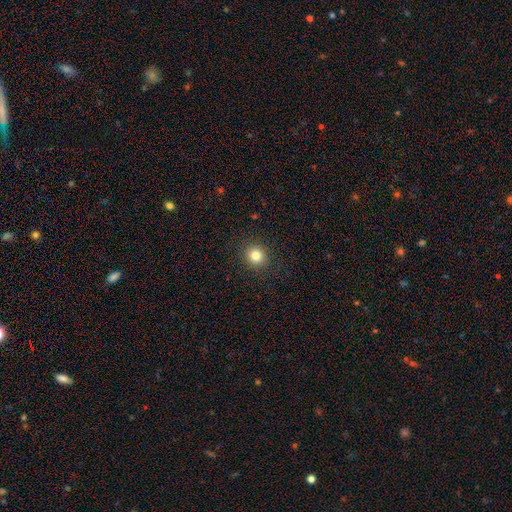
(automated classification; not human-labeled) Smooth or featured? smooth (83%)
How rounded? round (84%)
Merging? none (90%)